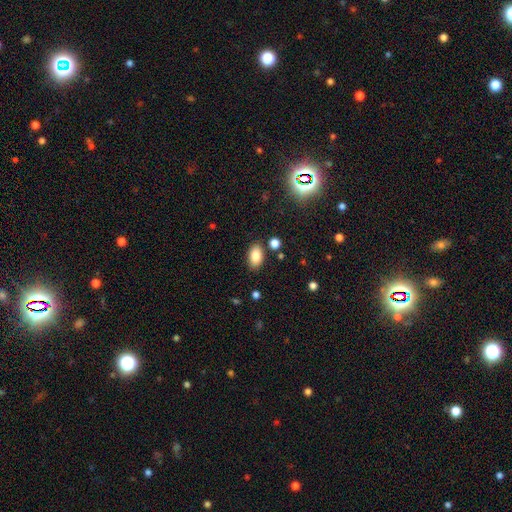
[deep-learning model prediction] A smooth galaxy with no disk features (83%) that is in between round and cigar-shaped (92%).

Vote fractions:
- Smooth or featured? smooth: 83% / star or artifact: 9% / featured or disk: 8%
- How rounded? in between: 92% / round: 7% / cigar-shaped: 2%
- Merging? none: 84% / minor disturbance: 10% / merger: 3% / major disturbance: 3%